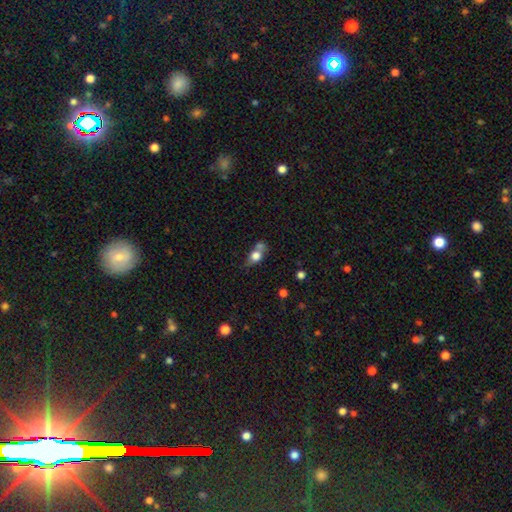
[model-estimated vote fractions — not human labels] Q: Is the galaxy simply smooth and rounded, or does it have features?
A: smooth — 73%.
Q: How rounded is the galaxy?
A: in between — 53%.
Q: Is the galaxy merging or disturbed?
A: merger — 42%.